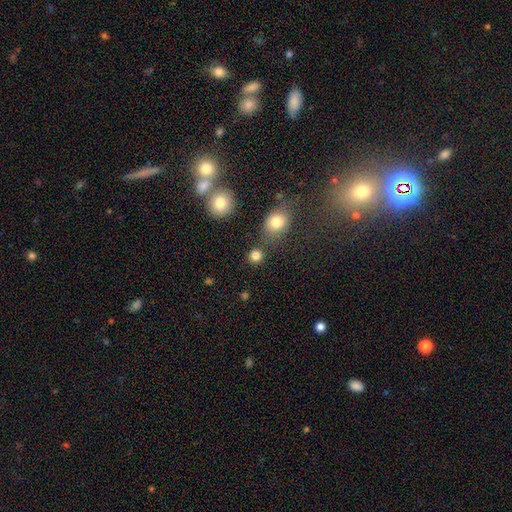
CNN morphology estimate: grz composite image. It shows a smooth galaxy with no disk features (83%) that is round (88%). Merging: none (78%).